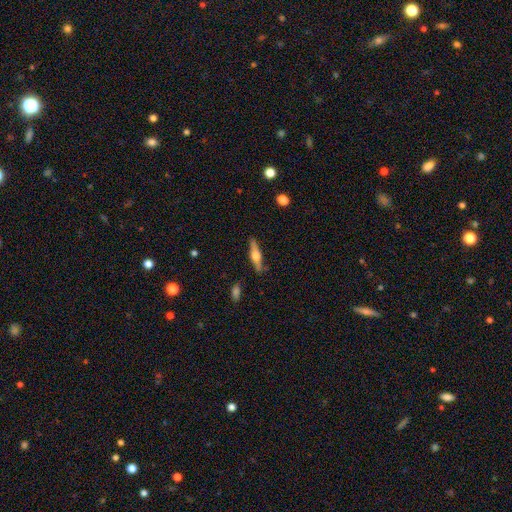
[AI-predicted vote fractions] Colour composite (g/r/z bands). It shows a featured or disk galaxy (65%) viewed edge-on (96%) with a rounded central bulge (90%). Merging: none (85%).